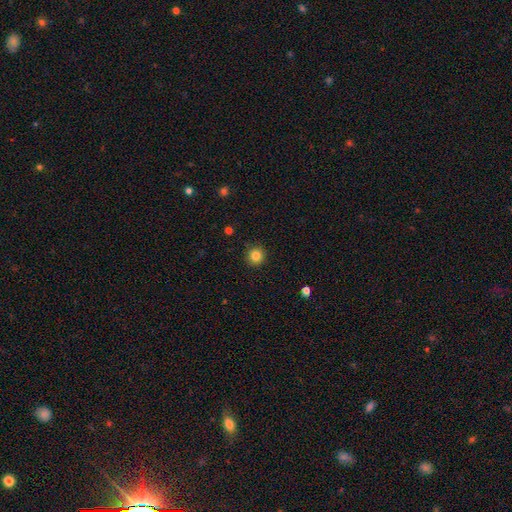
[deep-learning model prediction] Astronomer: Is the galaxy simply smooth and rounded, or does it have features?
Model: smooth — 83%.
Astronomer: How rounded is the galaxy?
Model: round — 94%.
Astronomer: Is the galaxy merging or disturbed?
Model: none — 91%.